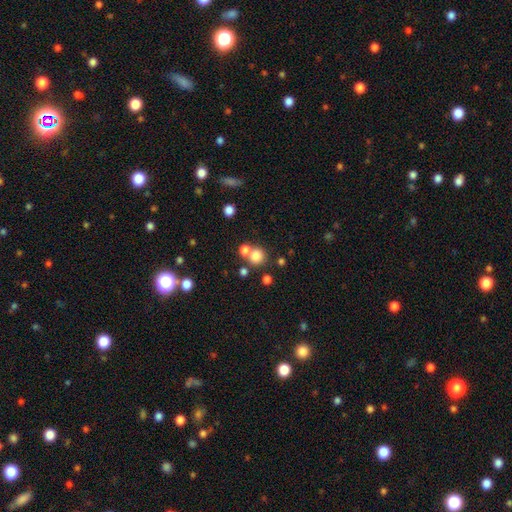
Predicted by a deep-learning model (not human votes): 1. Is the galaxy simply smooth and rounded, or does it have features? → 78% smooth, 14% star or artifact, 8% featured or disk.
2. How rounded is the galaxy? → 89% round, 10% in between, 1% cigar-shaped.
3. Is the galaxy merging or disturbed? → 60% none, 30% merger, 7% minor disturbance, 3% major disturbance.